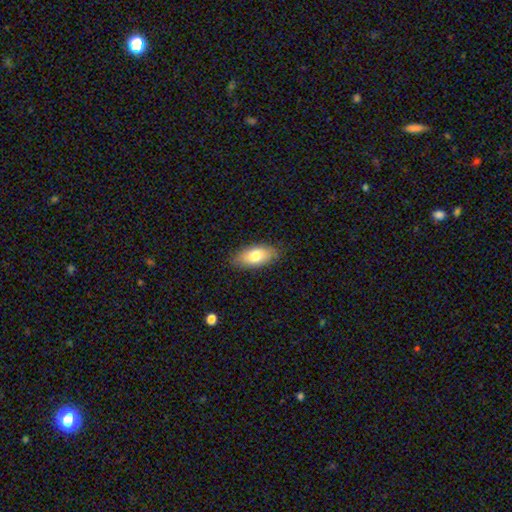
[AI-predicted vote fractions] smooth_or_featured: smooth (p=0.76) [alt: featured or disk p=0.18]
how_rounded: in between (p=0.89) [alt: cigar-shaped p=0.08]
merging: none (p=0.83) [alt: minor disturbance p=0.13]